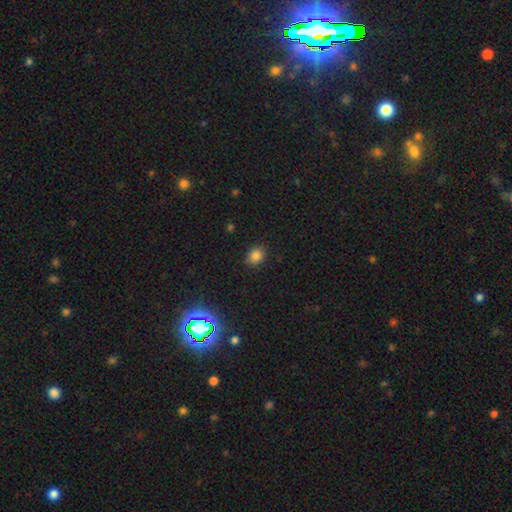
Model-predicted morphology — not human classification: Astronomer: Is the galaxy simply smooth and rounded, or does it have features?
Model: smooth — 82%.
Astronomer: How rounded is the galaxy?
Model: round — 59% (runner-up: in between, 40%).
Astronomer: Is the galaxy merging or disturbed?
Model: none — 87%.